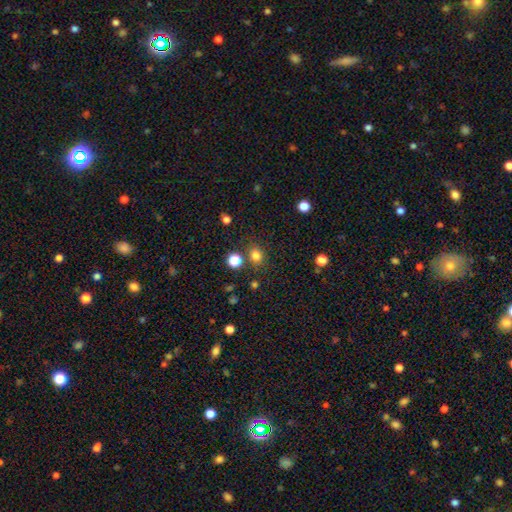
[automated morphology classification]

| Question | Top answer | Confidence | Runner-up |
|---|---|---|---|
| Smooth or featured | smooth | 79% | star or artifact (16%) |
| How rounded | round | 65% | in between (34%) |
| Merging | none | 79% | minor disturbance (10%) |